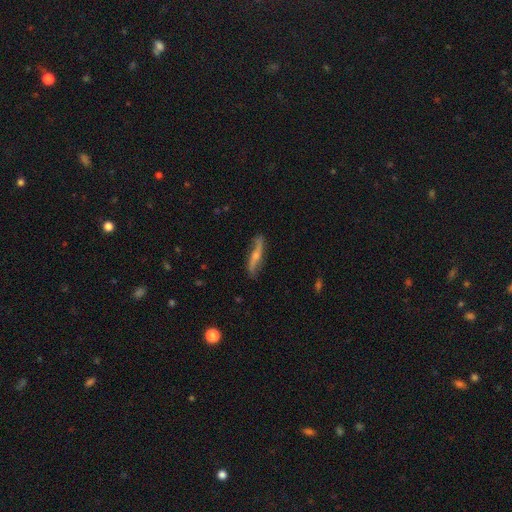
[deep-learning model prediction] Q: Smooth or featured?
A: featured or disk (72%); runner-up: smooth (22%)
Q: Edge-on disk?
A: no (51%); runner-up: yes (49%)
Q: Merging?
A: none (80%); runner-up: minor disturbance (15%)